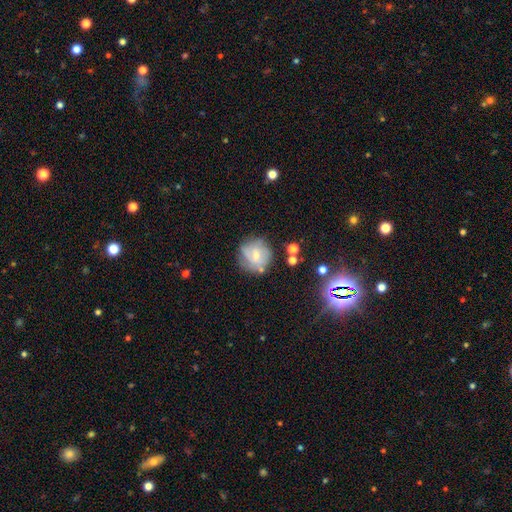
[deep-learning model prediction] smooth 53%, featured or disk 37%, star or artifact 10%. Down the decision tree: how rounded — round (89%); merging — none (62%).